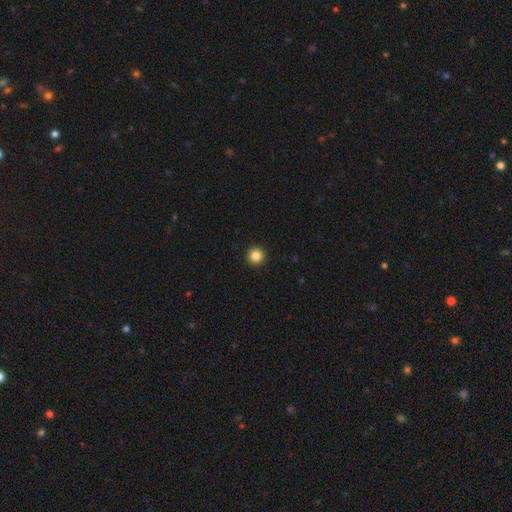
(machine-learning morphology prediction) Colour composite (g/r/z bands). It shows a smooth galaxy with no disk features (86%) that is round (96%). Merging: none (94%).